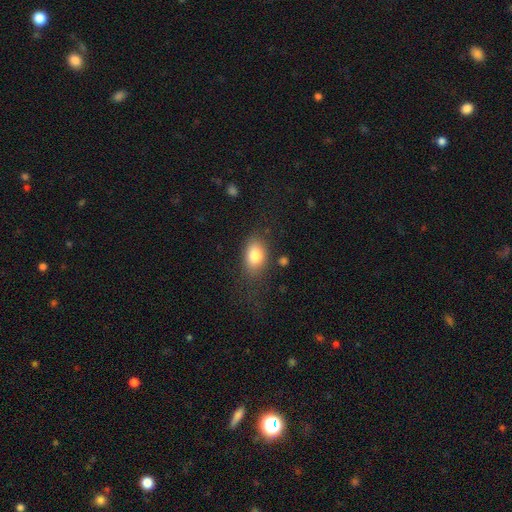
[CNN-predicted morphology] This is clearly a smooth galaxy (81%). How rounded: clearly in between (82%). Merging: likely none (71%).